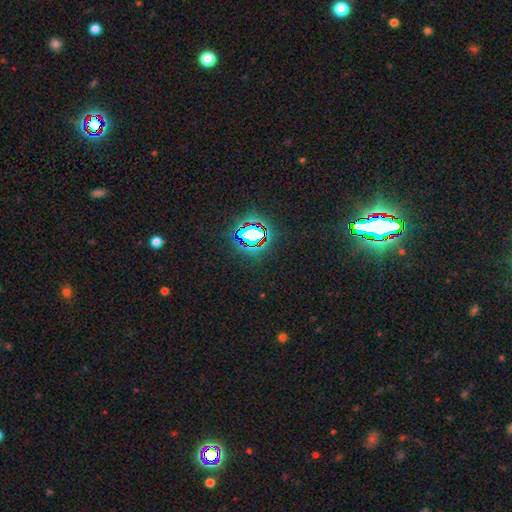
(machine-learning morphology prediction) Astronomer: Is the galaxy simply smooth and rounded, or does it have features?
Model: star or artifact — 83%.